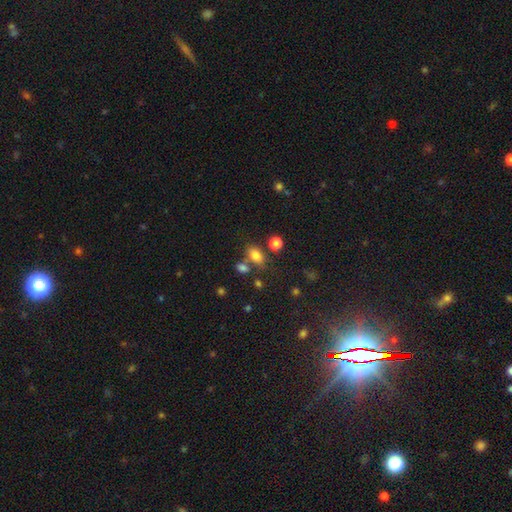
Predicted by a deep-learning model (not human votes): This appears to be a smooth galaxy with no disk features (79%) that is in between round and cigar-shaped (78%). Merging: none (62%).